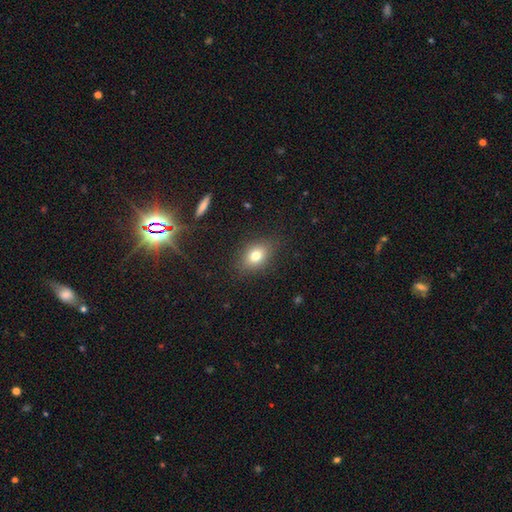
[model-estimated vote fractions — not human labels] A smooth galaxy with no disk features (77%) that is in between round and cigar-shaped (70%).

Vote fractions:
- Smooth or featured? smooth: 77% / featured or disk: 11% / star or artifact: 11%
- How rounded? in between: 70% / round: 28% / cigar-shaped: 2%
- Merging? none: 83% / minor disturbance: 12% / major disturbance: 4% / merger: 1%